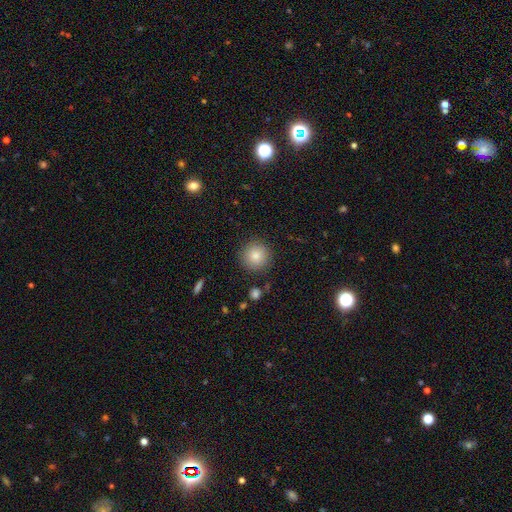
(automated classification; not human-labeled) Q: Smooth or featured?
A: smooth (84%); runner-up: star or artifact (10%)
Q: How rounded?
A: round (95%); runner-up: in between (4%)
Q: Merging?
A: none (89%); runner-up: minor disturbance (7%)